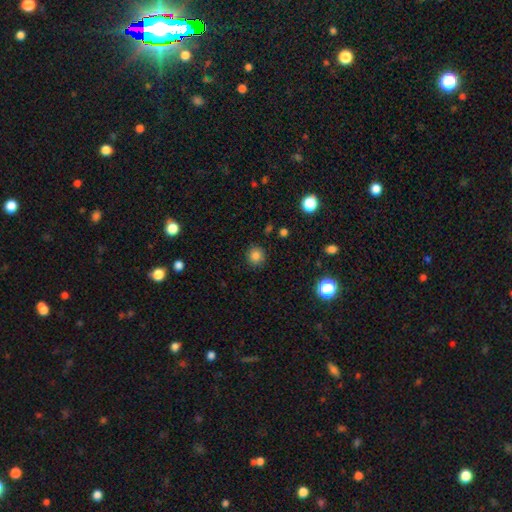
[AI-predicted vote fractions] Smooth or featured? smooth (82%)
How rounded? round (93%)
Merging? none (90%)